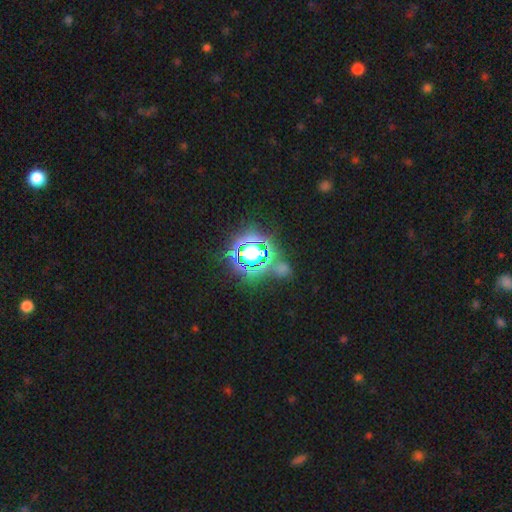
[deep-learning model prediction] Smooth or featured: star or artifact — 79% (smooth — 14%)